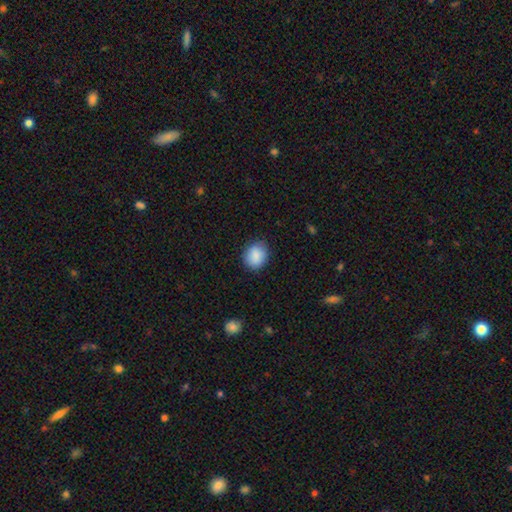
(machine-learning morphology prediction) A smooth galaxy with no disk features (88%) that is round (62%).

Vote fractions:
- Smooth or featured? smooth: 88% / star or artifact: 8% / featured or disk: 4%
- How rounded? round: 62% / in between: 37% / cigar-shaped: 1%
- Merging? none: 85% / minor disturbance: 12% / major disturbance: 3% / merger: 1%